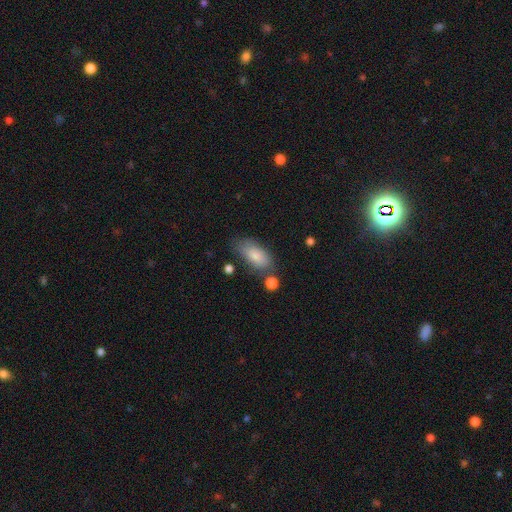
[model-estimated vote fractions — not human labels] Q: Smooth or featured?
A: smooth (83%); runner-up: featured or disk (11%)
Q: How rounded?
A: in between (89%); runner-up: cigar-shaped (8%)
Q: Merging?
A: none (63%); runner-up: minor disturbance (22%)